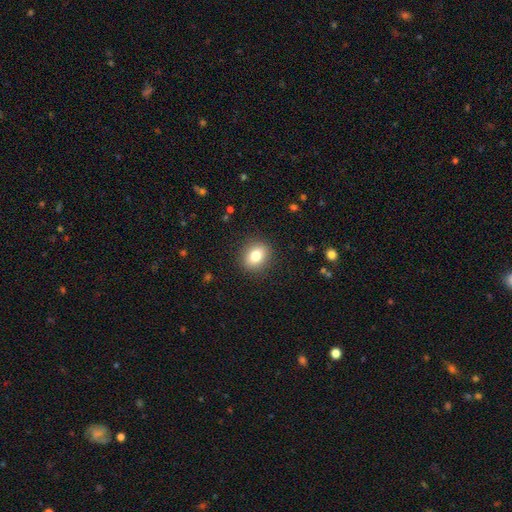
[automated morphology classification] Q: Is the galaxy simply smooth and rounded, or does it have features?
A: smooth — 80%.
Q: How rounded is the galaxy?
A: round — 57%.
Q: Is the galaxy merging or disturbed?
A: none — 89%.